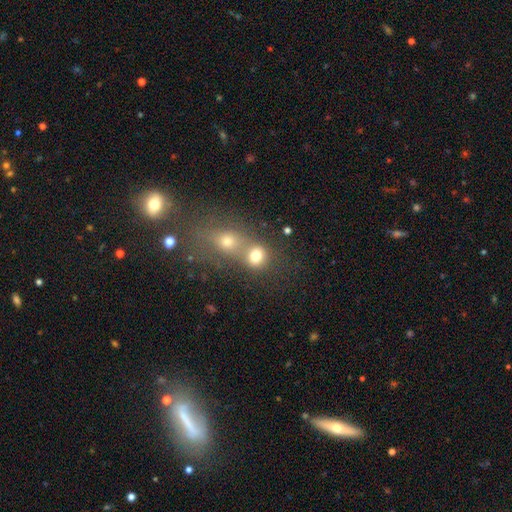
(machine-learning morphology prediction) This is likely a smooth galaxy (74%). How rounded: likely round (75%). Merging: possibly merger (49%).